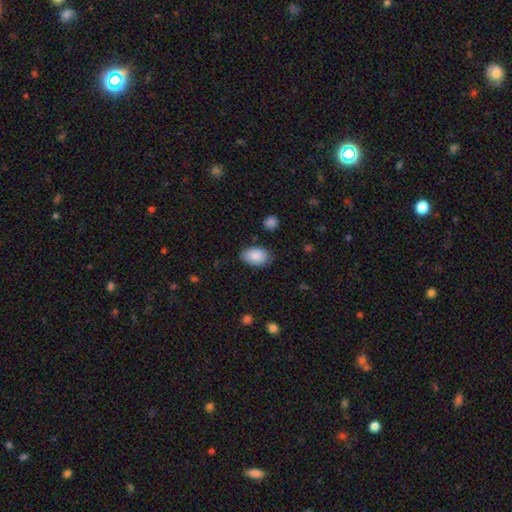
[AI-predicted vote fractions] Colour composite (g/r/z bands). It shows a smooth galaxy with no disk features (87%) that is in between round and cigar-shaped (88%). Merging: none (80%).